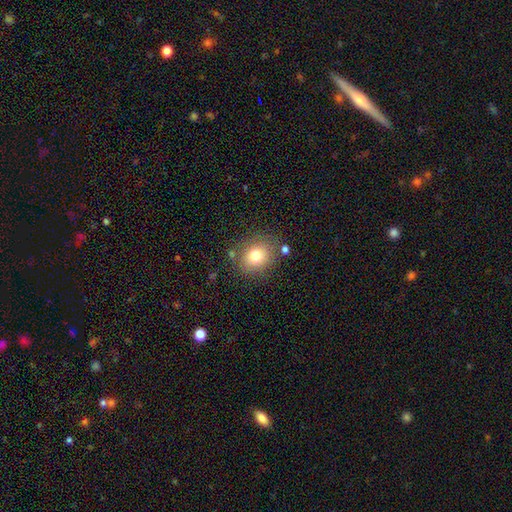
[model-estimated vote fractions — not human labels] smooth-or-featured: smooth: 77% | featured or disk: 12% | star or artifact: 11%
  how-rounded: round: 65% | in between: 34% | cigar-shaped: 1%
  merging: none: 76% | minor disturbance: 14% | merger: 5% | major disturbance: 5%